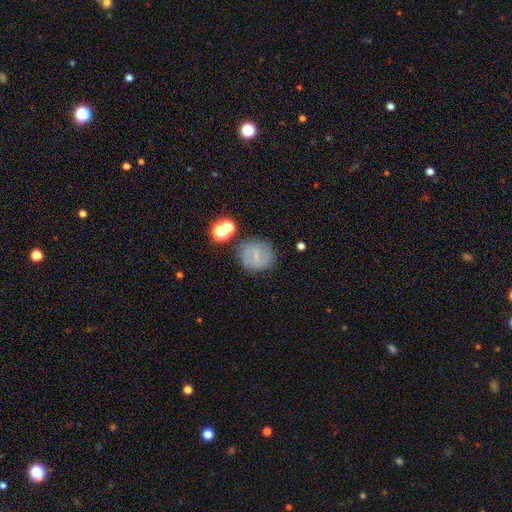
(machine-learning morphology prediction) Smooth or featured? featured or disk (48%)
Merging? none (75%)